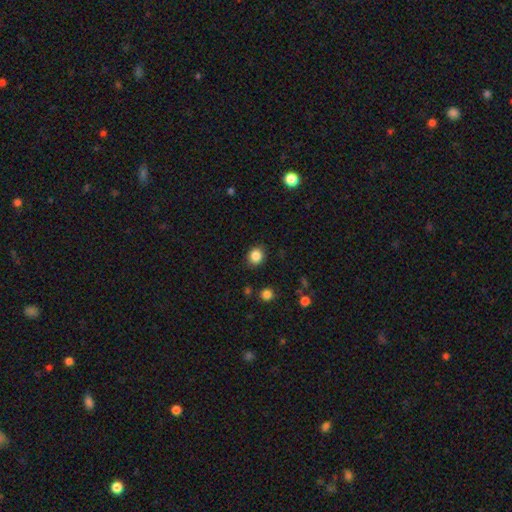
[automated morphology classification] smooth-or-featured: smooth: 85% | star or artifact: 11% | featured or disk: 4%
  how-rounded: round: 80% | in between: 19% | cigar-shaped: 1%
  merging: none: 88% | minor disturbance: 8% | major disturbance: 3% | merger: 1%